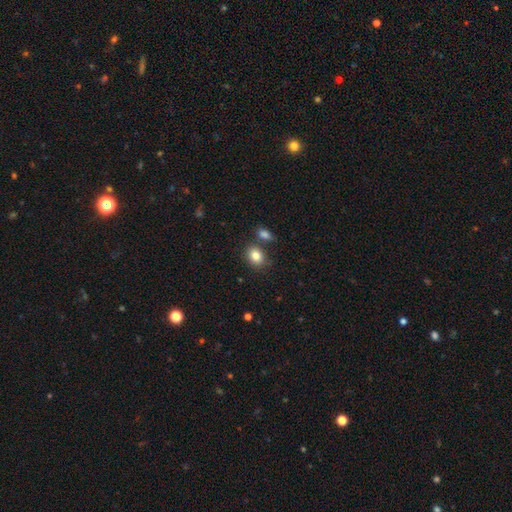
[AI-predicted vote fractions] Q: Smooth or featured?
A: smooth (83%); runner-up: star or artifact (10%)
Q: How rounded?
A: in between (57%); runner-up: round (42%)
Q: Merging?
A: none (69%); runner-up: merger (15%)